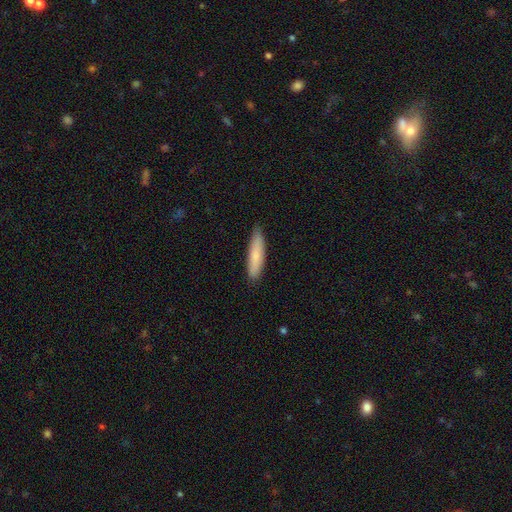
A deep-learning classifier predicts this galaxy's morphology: smooth-or-featured: smooth: 79% | featured or disk: 15% | star or artifact: 6%
  how-rounded: cigar-shaped: 79% | in between: 20% | round: 1%
  merging: none: 86% | minor disturbance: 11% | major disturbance: 2% | merger: 1%